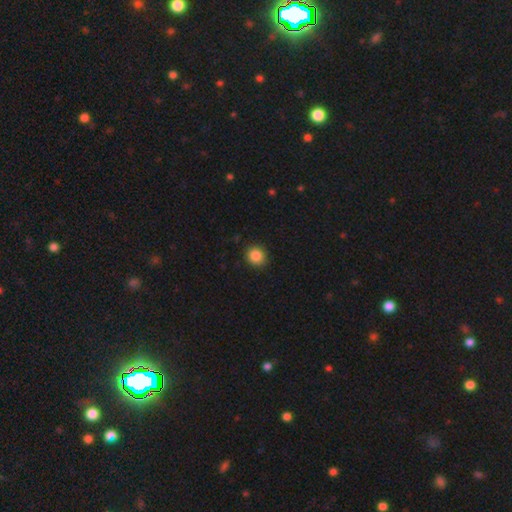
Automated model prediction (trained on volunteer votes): Q: Smooth or featured?
A: smooth (86%); runner-up: star or artifact (10%)
Q: How rounded?
A: round (87%); runner-up: in between (12%)
Q: Merging?
A: none (91%); runner-up: minor disturbance (7%)